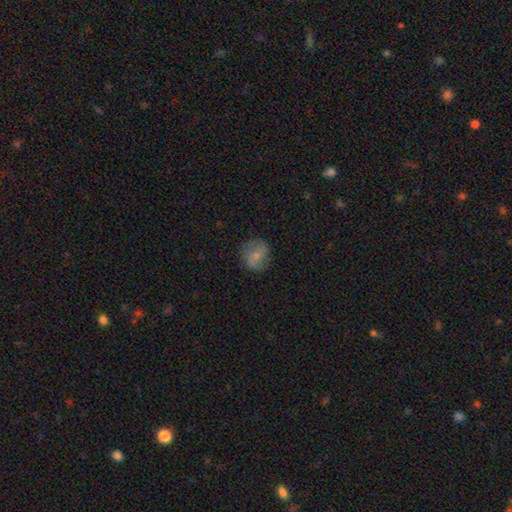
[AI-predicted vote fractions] The model was most divided on "smooth or featured": smooth: 66%, featured or disk: 25%, star or artifact: 8%. More confident: how rounded — round (82%); merging — none (78%).